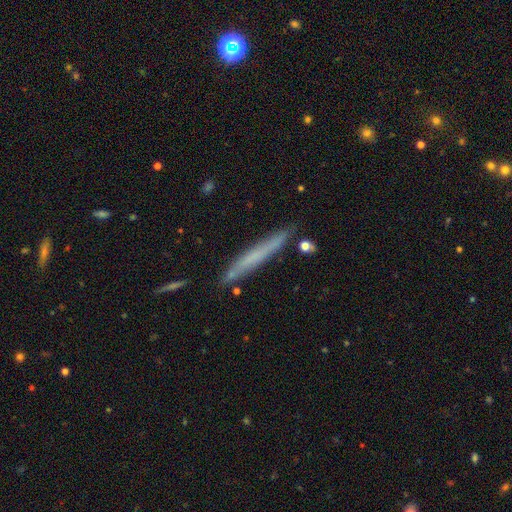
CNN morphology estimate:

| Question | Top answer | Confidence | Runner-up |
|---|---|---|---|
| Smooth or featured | smooth | 55% | featured or disk (38%) |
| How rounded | cigar-shaped | 96% | in between (3%) |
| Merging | none | 85% | minor disturbance (11%) |